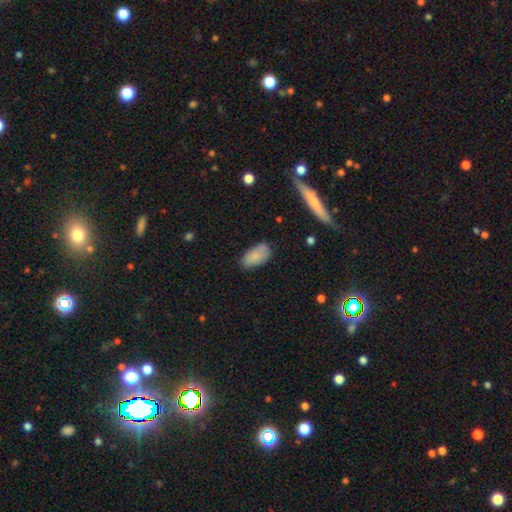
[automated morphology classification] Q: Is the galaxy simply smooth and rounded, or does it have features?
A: smooth — 82%.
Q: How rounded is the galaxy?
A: in between — 93%.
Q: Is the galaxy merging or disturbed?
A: none — 74%.